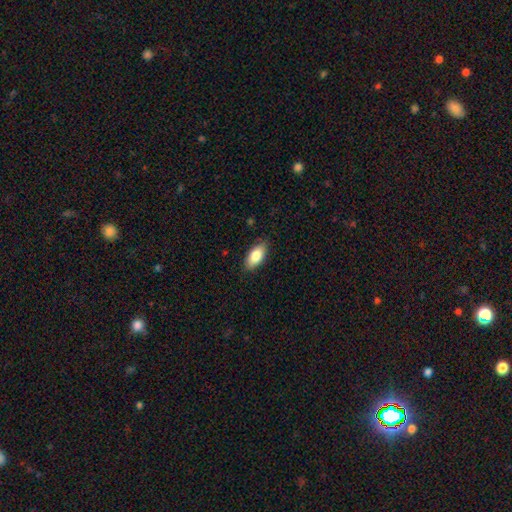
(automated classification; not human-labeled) A smooth galaxy with no disk features (84%) that is in between round and cigar-shaped (91%).

Vote fractions:
- Smooth or featured? smooth: 84% / featured or disk: 10% / star or artifact: 6%
- How rounded? in between: 91% / cigar-shaped: 6% / round: 3%
- Merging? none: 85% / minor disturbance: 12% / major disturbance: 2% / merger: 1%